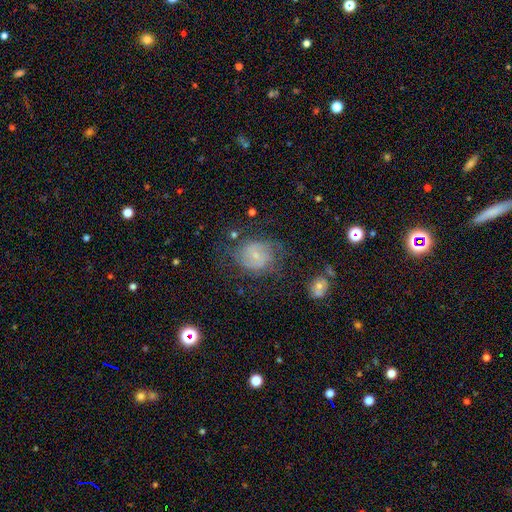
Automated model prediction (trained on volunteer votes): Q: Smooth or featured?
A: featured or disk (58%); runner-up: smooth (32%)
Q: Edge-on disk?
A: no (97%); runner-up: yes (3%)
Q: Bar?
A: no (52%); runner-up: weak (40%)
Q: Spiral arms?
A: yes (78%); runner-up: no (22%)
Q: Bulge size?
A: small (74%); runner-up: moderate (18%)
Q: Merging?
A: none (56%); runner-up: minor disturbance (23%)